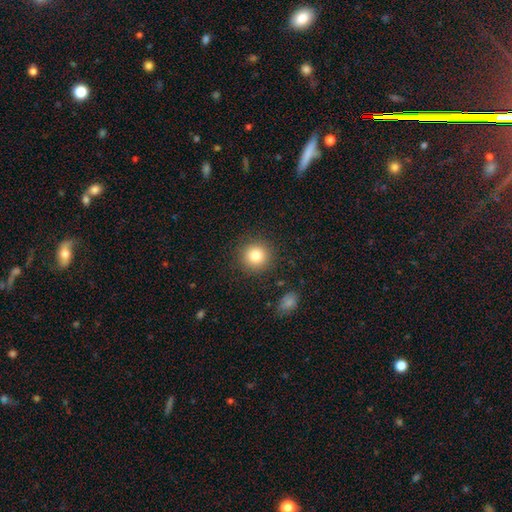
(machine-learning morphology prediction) A smooth galaxy with no disk features (82%) that is round (93%).

Vote fractions:
- Smooth or featured? smooth: 82% / star or artifact: 11% / featured or disk: 8%
- How rounded? round: 93% / in between: 6% / cigar-shaped: 1%
- Merging? none: 89% / minor disturbance: 7% / major disturbance: 3% / merger: 2%